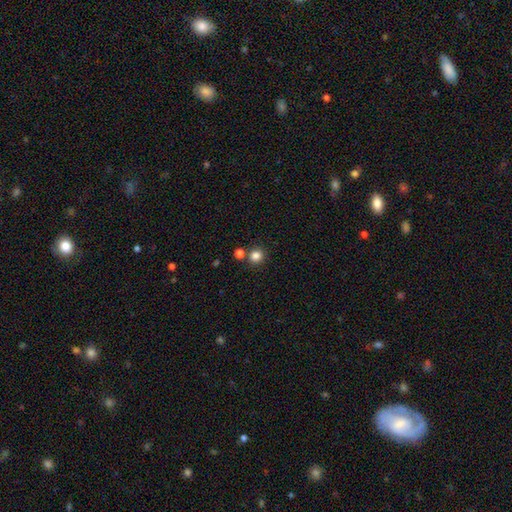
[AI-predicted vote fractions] smooth 83%, star or artifact 12%, featured or disk 4%. Down the decision tree: how rounded — round (89%); merging — none (78%).